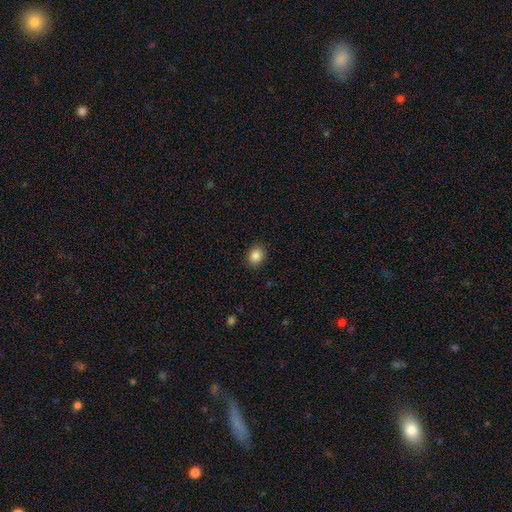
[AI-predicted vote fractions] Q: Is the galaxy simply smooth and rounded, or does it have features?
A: smooth — 87%.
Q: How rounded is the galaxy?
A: round — 53%.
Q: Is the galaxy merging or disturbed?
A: none — 89%.